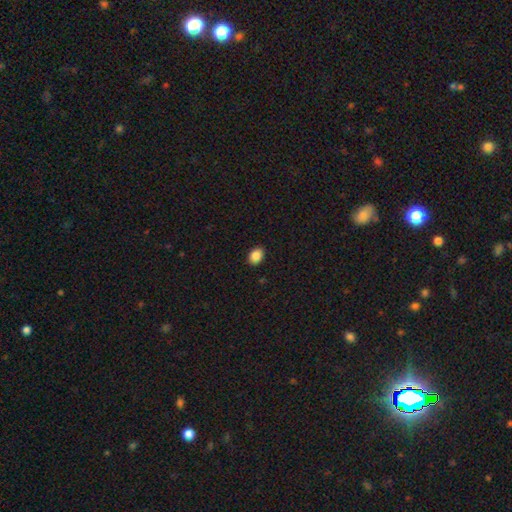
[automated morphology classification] Smooth or featured? Predicted: smooth (p=0.88). How rounded? Predicted: in between (p=0.74). Merging? Predicted: none (p=0.90).